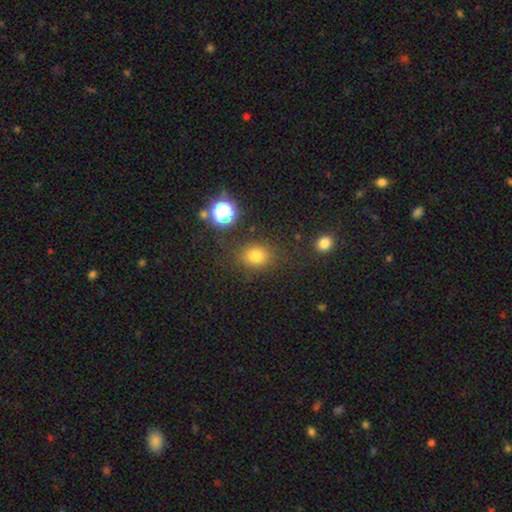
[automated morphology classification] smooth-or-featured: smooth: 77% | star or artifact: 17% | featured or disk: 6%
  how-rounded: round: 57% | in between: 42% | cigar-shaped: 1%
  merging: none: 80% | minor disturbance: 12% | major disturbance: 5% | merger: 4%